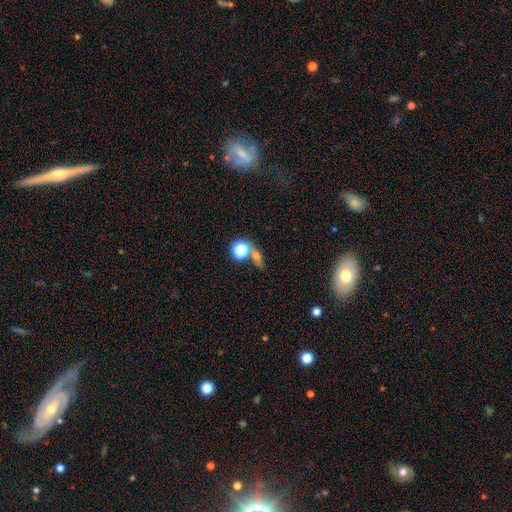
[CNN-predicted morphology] A smooth galaxy with no disk features (54%) that is round (58%). Merging: none (48%).